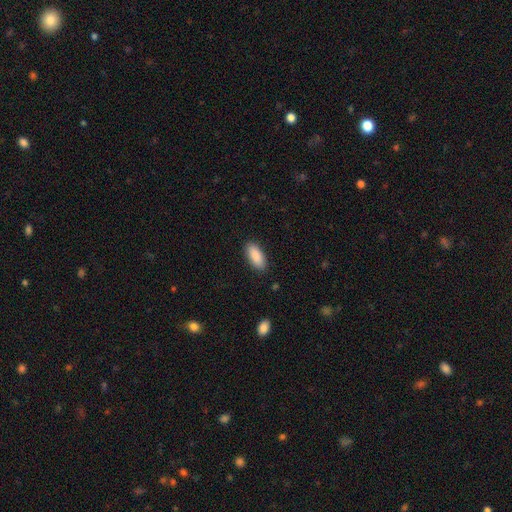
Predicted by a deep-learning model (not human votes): Q: Smooth or featured?
A: smooth (89%); runner-up: star or artifact (6%)
Q: How rounded?
A: in between (84%); runner-up: cigar-shaped (14%)
Q: Merging?
A: none (88%); runner-up: minor disturbance (9%)